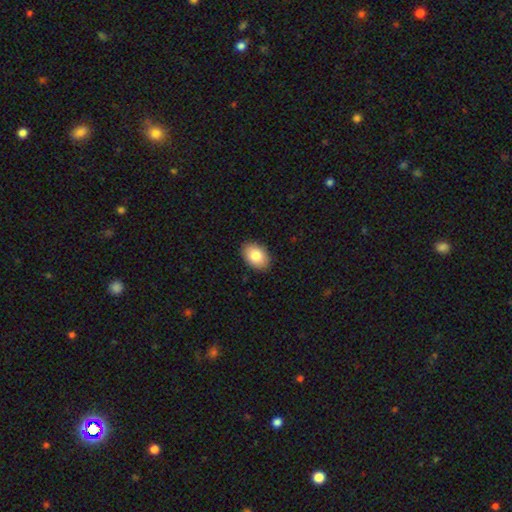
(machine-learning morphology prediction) smooth_or_featured: smooth (p=0.84) [alt: featured or disk p=0.09]
how_rounded: in between (p=0.87) [alt: round p=0.12]
merging: none (p=0.89) [alt: minor disturbance p=0.08]